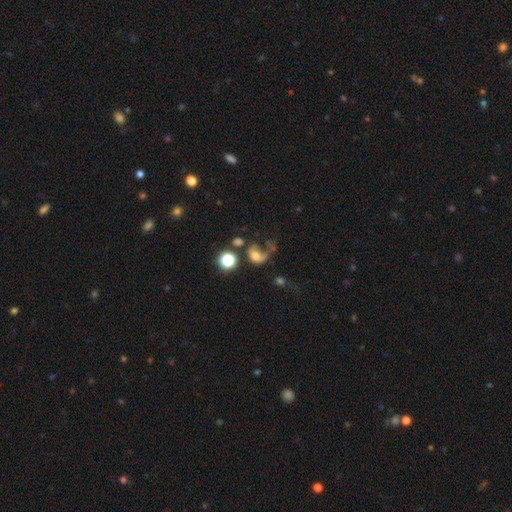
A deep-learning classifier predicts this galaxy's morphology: Q: Smooth or featured?
A: smooth (50%); runner-up: featured or disk (35%)
Q: Merging?
A: major disturbance (45%); runner-up: none (22%)